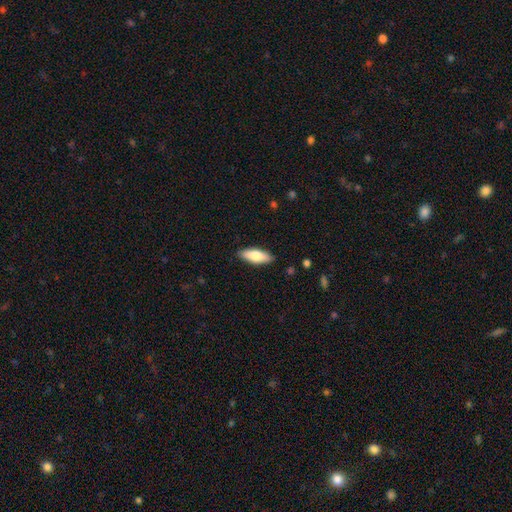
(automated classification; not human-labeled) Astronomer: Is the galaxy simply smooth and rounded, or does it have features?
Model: smooth — 76%.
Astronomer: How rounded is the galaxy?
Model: in between — 70%.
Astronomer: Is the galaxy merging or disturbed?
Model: none — 87%.